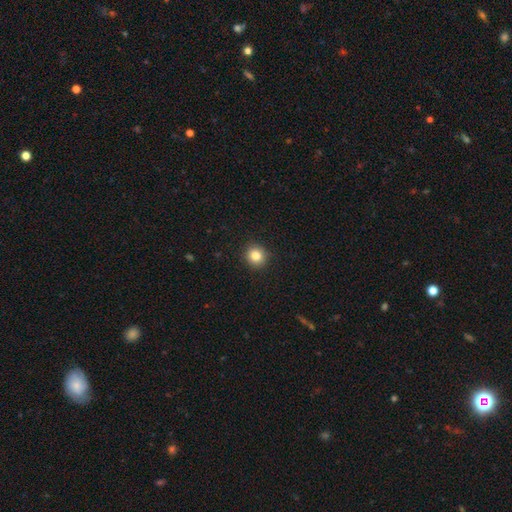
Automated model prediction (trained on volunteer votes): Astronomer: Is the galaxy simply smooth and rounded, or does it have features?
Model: smooth — 83%.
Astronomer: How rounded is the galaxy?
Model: round — 90%.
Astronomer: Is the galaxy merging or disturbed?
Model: none — 92%.